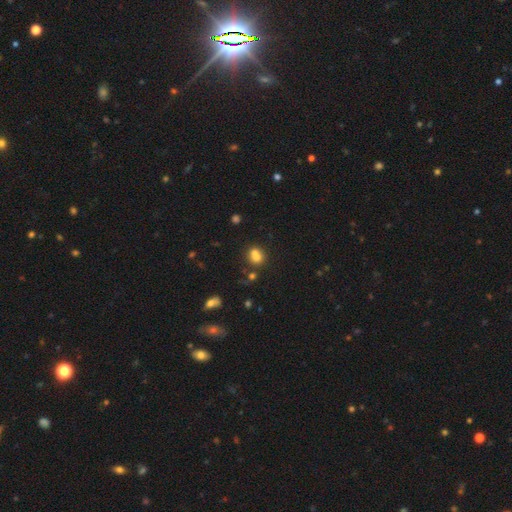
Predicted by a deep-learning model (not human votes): This is likely a smooth galaxy (72%). How rounded: likely round (64%). Merging: possibly merger (49%).